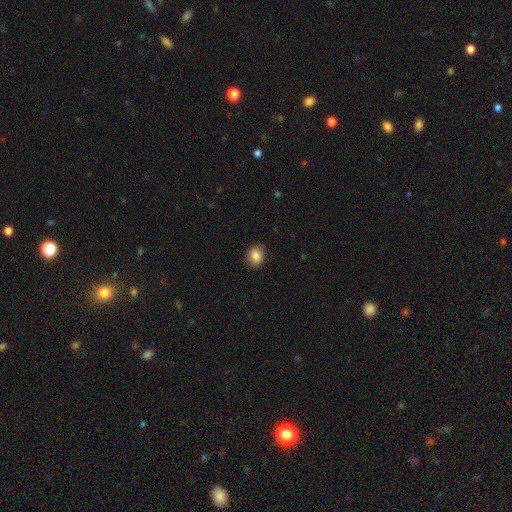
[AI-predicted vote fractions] Q: Smooth or featured?
A: smooth (86%); runner-up: star or artifact (9%)
Q: How rounded?
A: round (51%); runner-up: in between (48%)
Q: Merging?
A: none (88%); runner-up: minor disturbance (9%)